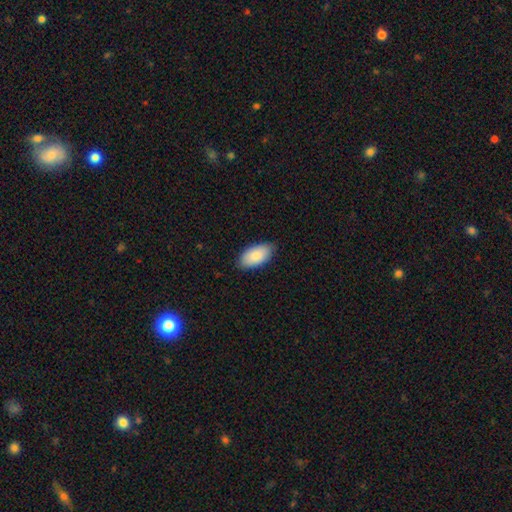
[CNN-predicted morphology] Overall: smooth (88%). How rounded: in between (95%). Merging: none (83%).